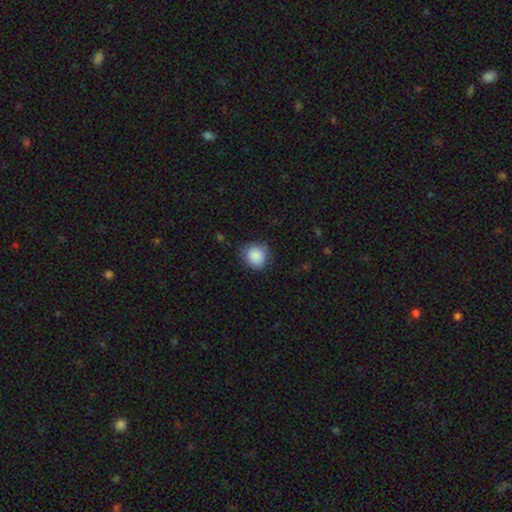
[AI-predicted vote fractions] Smooth or featured: smooth — 88% (star or artifact — 8%)
How rounded: round — 88% (in between — 11%)
Merging: none — 79% (minor disturbance — 16%)